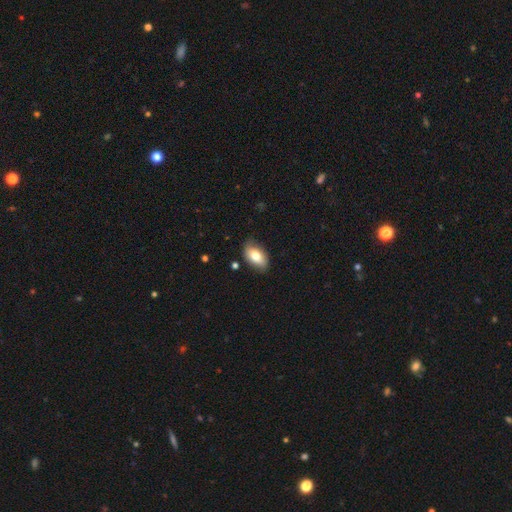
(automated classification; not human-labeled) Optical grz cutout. It shows a smooth galaxy with no disk features (73%) that is in between round and cigar-shaped (92%). Merging: none (78%).